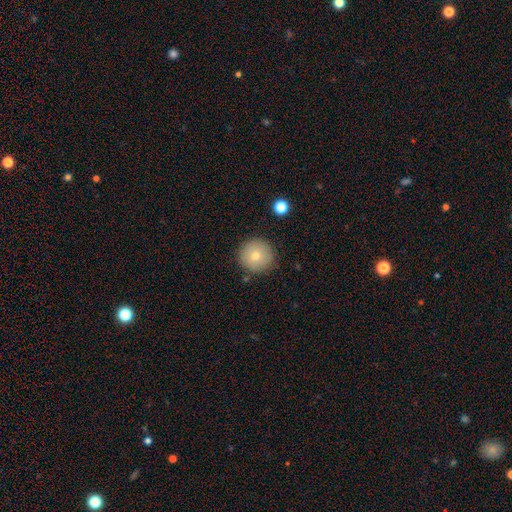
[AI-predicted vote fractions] This appears to be a smooth galaxy with no disk features (76%) that is round (95%). Merging: none (87%).